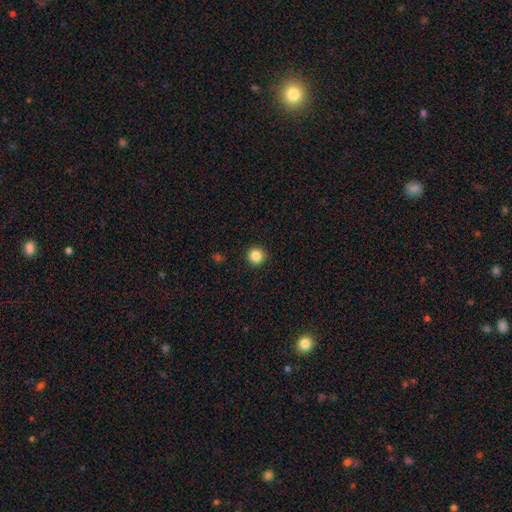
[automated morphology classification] smooth-or-featured: smooth: 86% | star or artifact: 10% | featured or disk: 4%
  how-rounded: round: 95% | in between: 4% | cigar-shaped: 1%
  merging: none: 93% | minor disturbance: 5% | major disturbance: 2% | merger: 1%